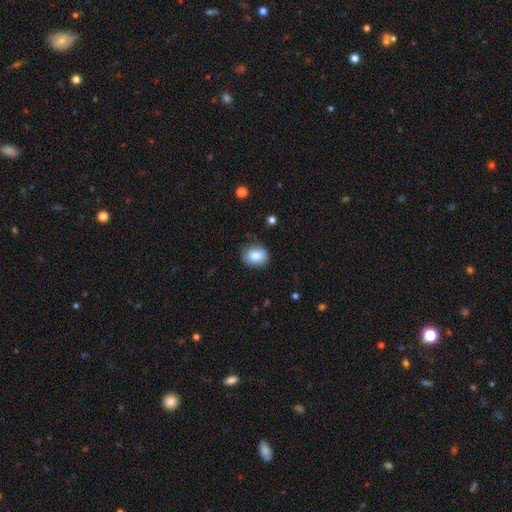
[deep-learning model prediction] Q: Smooth or featured?
A: smooth (83%); runner-up: star or artifact (8%)
Q: How rounded?
A: round (56%); runner-up: in between (43%)
Q: Merging?
A: none (81%); runner-up: minor disturbance (14%)